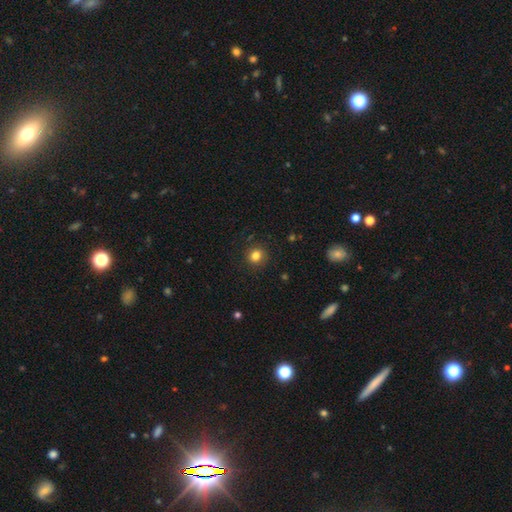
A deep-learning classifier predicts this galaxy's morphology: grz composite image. It shows a smooth galaxy with no disk features (82%) that is round (92%). Merging: none (91%).